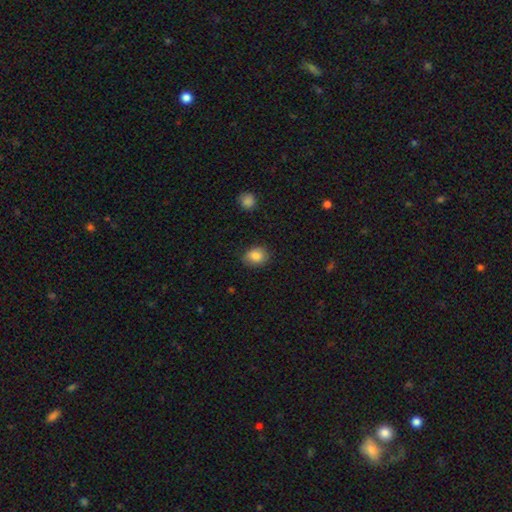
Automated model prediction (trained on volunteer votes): Smooth or featured: smooth — 85% (star or artifact — 9%)
How rounded: in between — 53% (round — 46%)
Merging: none — 82% (minor disturbance — 14%)